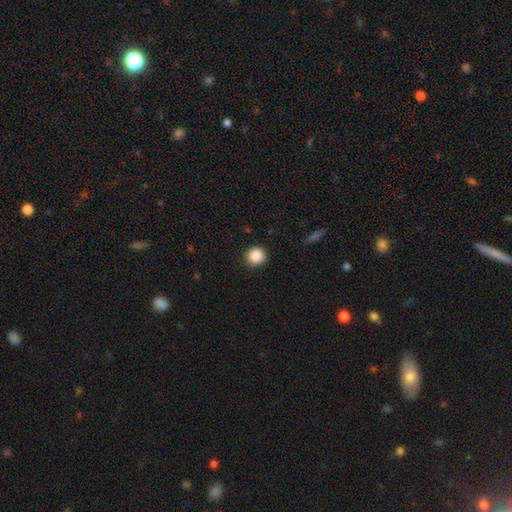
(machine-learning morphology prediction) The model was most divided on "smooth or featured": smooth: 88%, star or artifact: 9%, featured or disk: 3%. More confident: how rounded — round (92%); merging — none (91%).